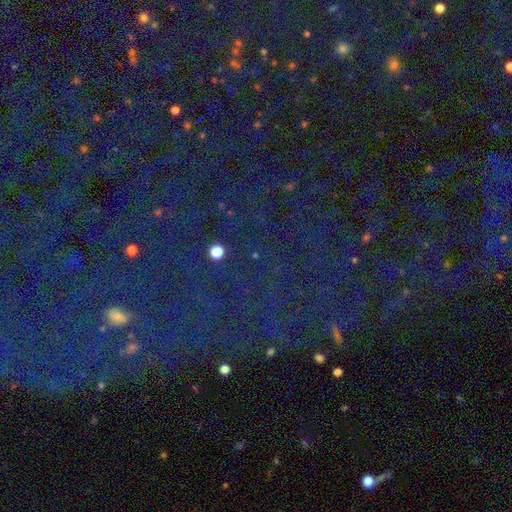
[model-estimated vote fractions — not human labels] smooth-or-featured: star or artifact: 81% | smooth: 10% | featured or disk: 9%